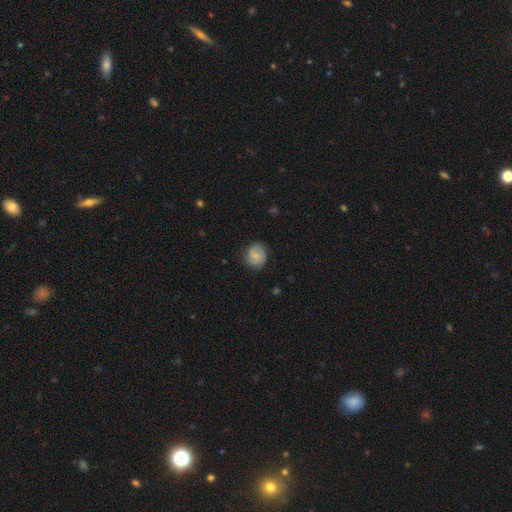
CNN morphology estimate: Smooth or featured? Predicted: smooth (p=0.60). How rounded? Predicted: round (p=0.79). Merging? Predicted: none (p=0.74).